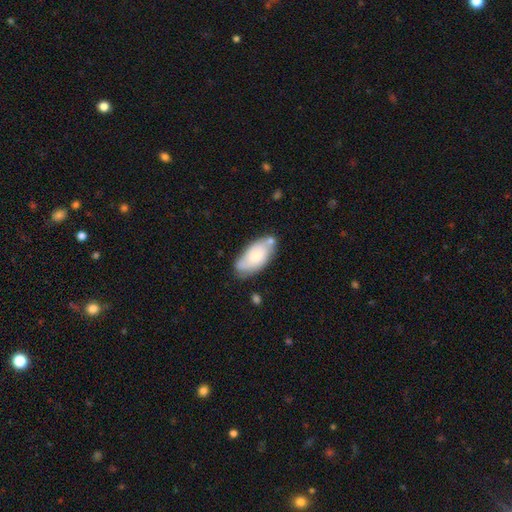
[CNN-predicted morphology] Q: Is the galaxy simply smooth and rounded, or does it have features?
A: smooth — 64%.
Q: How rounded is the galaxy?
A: in between — 91%.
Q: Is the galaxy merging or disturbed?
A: none — 61%.